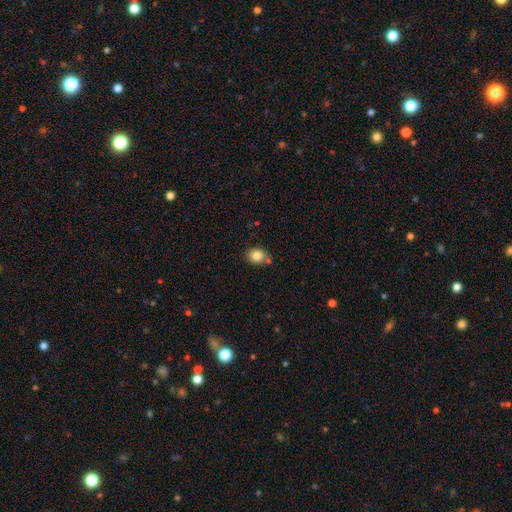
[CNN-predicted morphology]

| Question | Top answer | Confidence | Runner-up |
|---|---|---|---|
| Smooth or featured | smooth | 83% | star or artifact (10%) |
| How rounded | round | 52% | in between (47%) |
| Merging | none | 71% | minor disturbance (15%) |